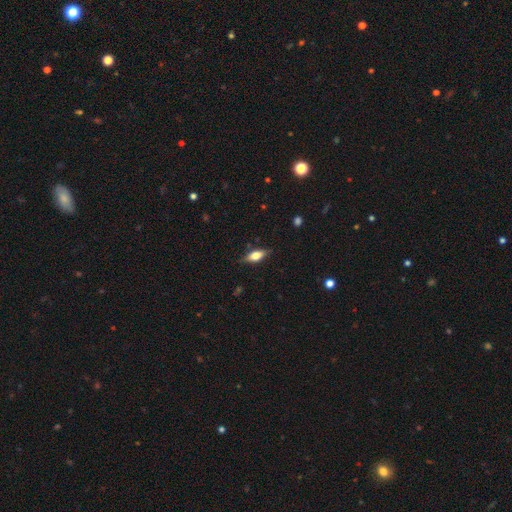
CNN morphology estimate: Smooth or featured?
  - smooth: 56% *
  - featured or disk: 36%
  - star or artifact: 8%
How rounded?
  - in between: 74% *
  - cigar-shaped: 22%
  - round: 4%
Merging?
  - none: 82% *
  - minor disturbance: 14%
  - major disturbance: 3%
  - merger: 1%